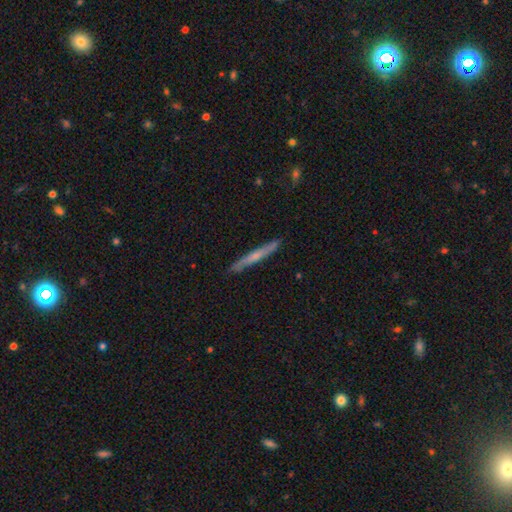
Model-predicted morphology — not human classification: smooth_or_featured: featured or disk (p=0.50) [alt: smooth p=0.44]
disk_edge_on: yes (p=0.95) [alt: no p=0.05]
merging: none (p=0.87) [alt: minor disturbance p=0.10]